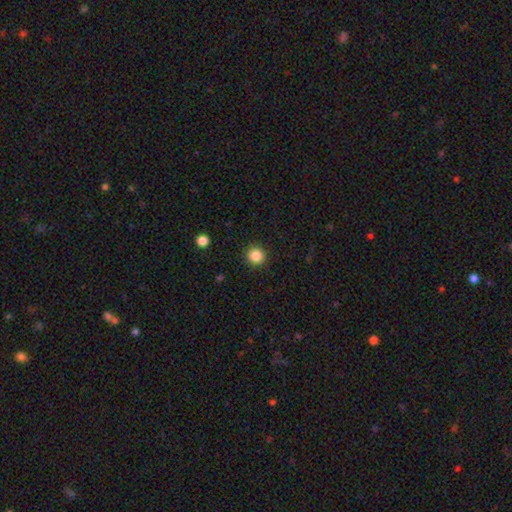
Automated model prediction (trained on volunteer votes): Smooth or featured?
  - smooth: 86% *
  - star or artifact: 11%
  - featured or disk: 4%
How rounded?
  - round: 94% *
  - in between: 5%
  - cigar-shaped: 1%
Merging?
  - none: 92% *
  - minor disturbance: 5%
  - major disturbance: 2%
  - merger: 1%